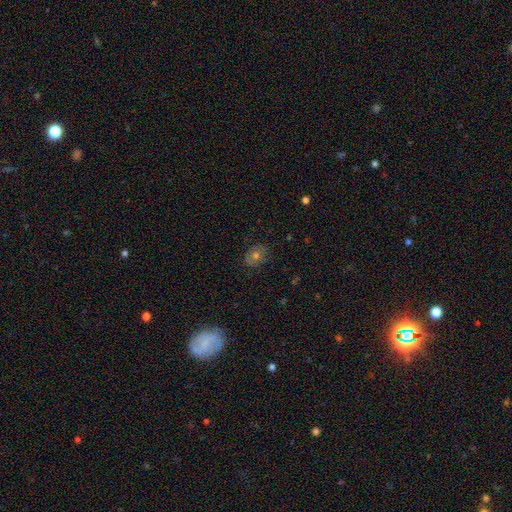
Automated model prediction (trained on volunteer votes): Morphology: type=smooth (48%); merging=none (81%).